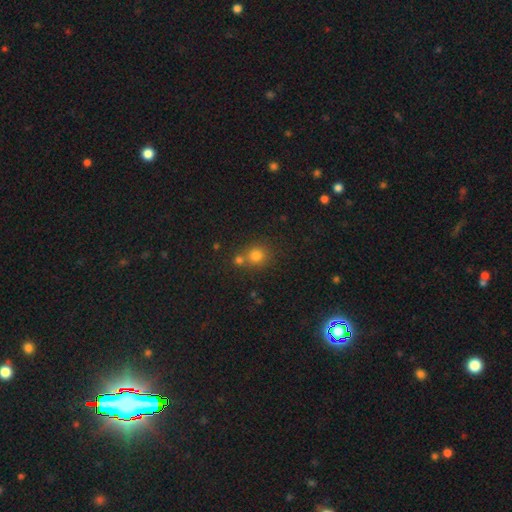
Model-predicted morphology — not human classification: Q: Smooth or featured?
A: smooth (77%); runner-up: star or artifact (15%)
Q: How rounded?
A: round (87%); runner-up: in between (12%)
Q: Merging?
A: none (56%); runner-up: merger (33%)